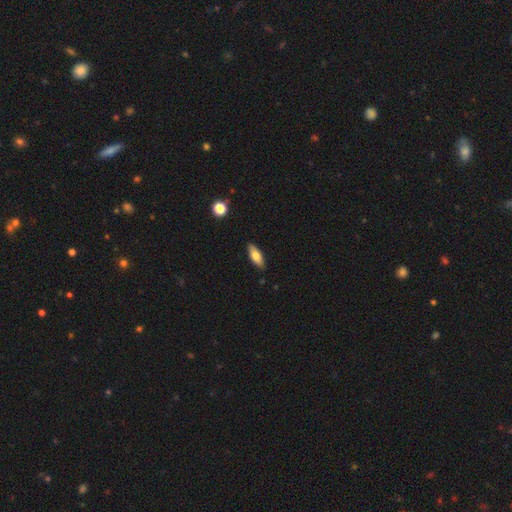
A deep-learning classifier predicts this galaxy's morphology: Smooth or featured: smooth — 71% (featured or disk — 23%)
How rounded: in between — 68% (cigar-shaped — 30%)
Merging: none — 88% (minor disturbance — 9%)